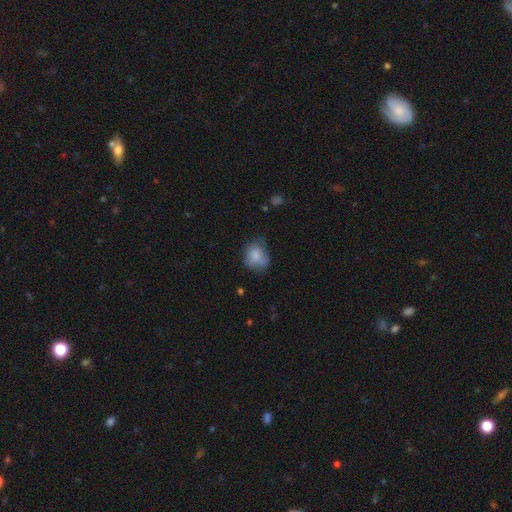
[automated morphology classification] Q: Smooth or featured?
A: smooth (80%); runner-up: featured or disk (12%)
Q: How rounded?
A: round (56%); runner-up: in between (43%)
Q: Merging?
A: none (51%); runner-up: minor disturbance (33%)